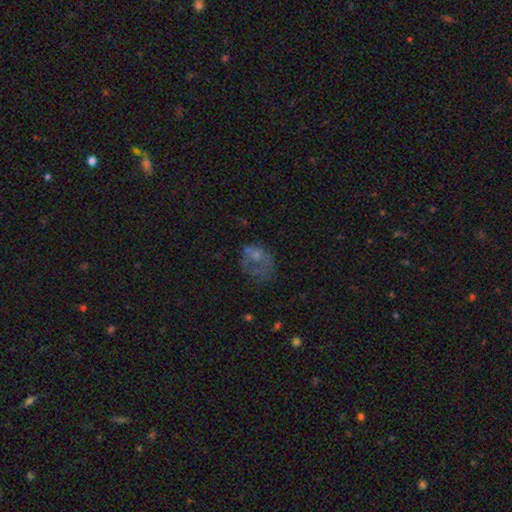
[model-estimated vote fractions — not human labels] smooth-or-featured: smooth: 46% | featured or disk: 37% | star or artifact: 16%
  merging: major disturbance: 36% | none: 33% | minor disturbance: 20% | merger: 11%